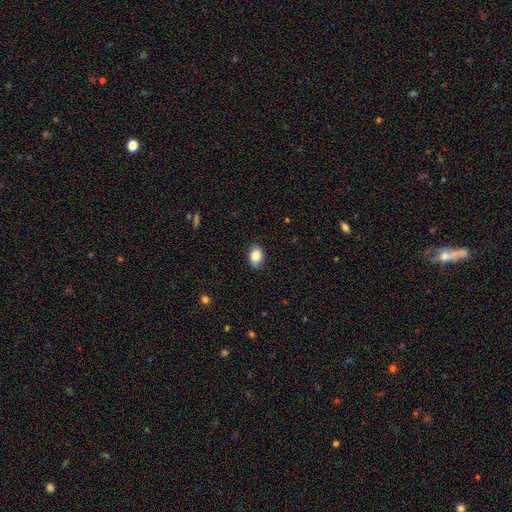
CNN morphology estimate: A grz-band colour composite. It shows a smooth galaxy with no disk features (86%) that is in between round and cigar-shaped (80%). Merging: none (82%).